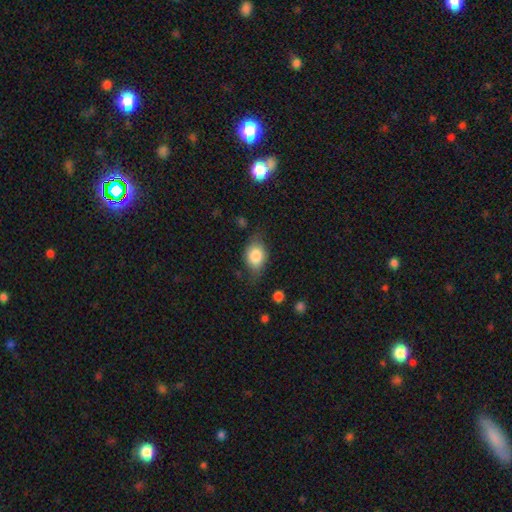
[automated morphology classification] Q: Smooth or featured?
A: smooth (80%); runner-up: featured or disk (13%)
Q: How rounded?
A: in between (77%); runner-up: round (21%)
Q: Merging?
A: none (62%); runner-up: minor disturbance (28%)